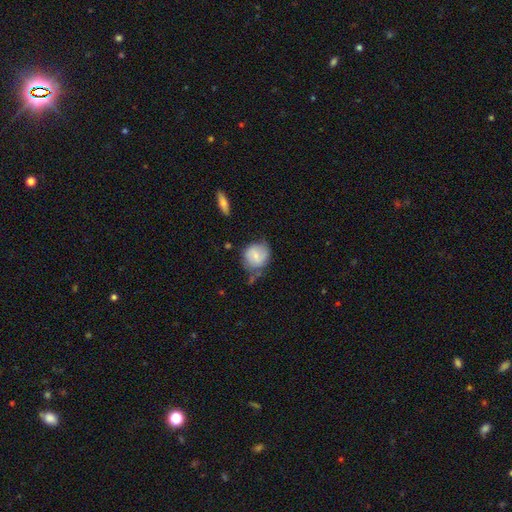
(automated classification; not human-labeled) Smooth or featured?
  - smooth: 64% *
  - featured or disk: 28%
  - star or artifact: 7%
How rounded?
  - round: 76% *
  - in between: 23%
  - cigar-shaped: 1%
Merging?
  - none: 53% *
  - minor disturbance: 30%
  - major disturbance: 10%
  - merger: 7%